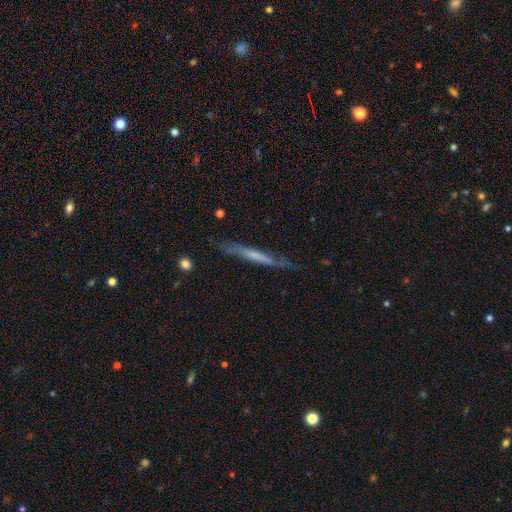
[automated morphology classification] Smooth or featured?
  - featured or disk: 53% *
  - smooth: 41%
  - star or artifact: 6%
Edge-on disk?
  - yes: 88% *
  - no: 12%
Merging?
  - none: 73% *
  - minor disturbance: 20%
  - major disturbance: 5%
  - merger: 2%